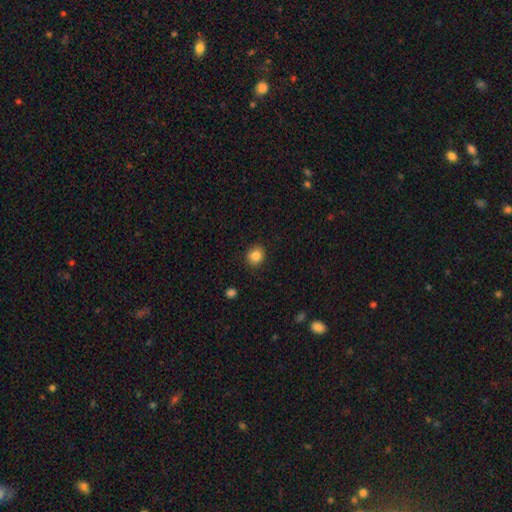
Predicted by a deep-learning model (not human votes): Q: Smooth or featured?
A: smooth (85%); runner-up: star or artifact (10%)
Q: How rounded?
A: round (82%); runner-up: in between (18%)
Q: Merging?
A: none (90%); runner-up: minor disturbance (7%)